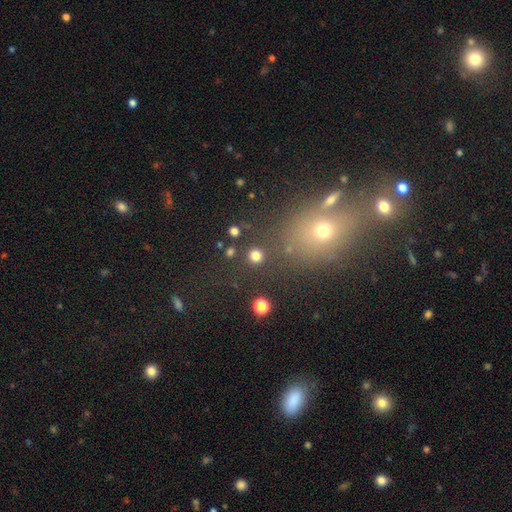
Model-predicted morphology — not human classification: Smooth or featured? smooth (79%)
How rounded? round (93%)
Merging? none (87%)